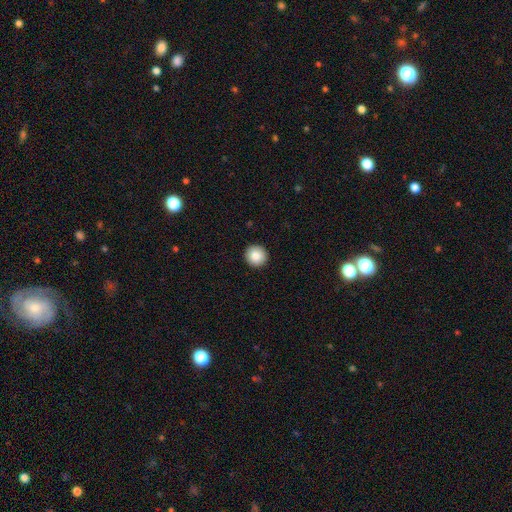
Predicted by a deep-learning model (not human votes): Smooth or featured? Predicted: smooth (p=0.86). How rounded? Predicted: round (p=0.95). Merging? Predicted: none (p=0.93).